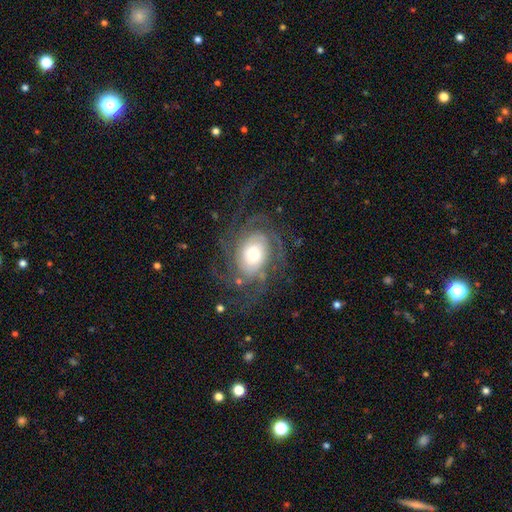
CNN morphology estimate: A featured or disk galaxy (81%) with no bar (76%), tight (55%) spiral arms (93%) and a moderate central bulge (49%).

Vote fractions:
- Smooth or featured? featured or disk: 81% / smooth: 12% / star or artifact: 7%
- Edge-on disk? no: 97% / yes: 3%
- Bar? no: 76% / weak: 19% / strong: 5%
- Spiral arms? yes: 93% / no: 7%
- Spiral winding? tight: 55% / medium: 31% / loose: 14%
- Spiral arm count? can't tell: 32% / 2: 20% / 3: 19% / 4: 13% / more than 4: 9% / 1: 8%
- Bulge size? moderate: 49% / large: 33% / small: 12% / dominant: 5% / none: 1%
- Merging? none: 64% / major disturbance: 18% / minor disturbance: 16% / merger: 2%